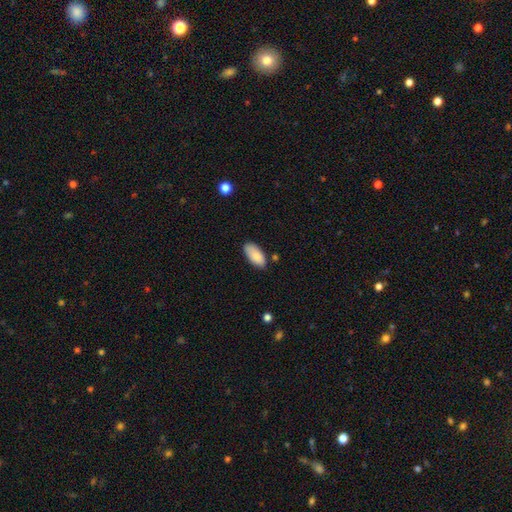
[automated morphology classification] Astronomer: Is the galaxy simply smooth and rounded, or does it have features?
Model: smooth — 87%.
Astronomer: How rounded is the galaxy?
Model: in between — 92%.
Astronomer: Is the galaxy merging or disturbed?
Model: none — 78%.